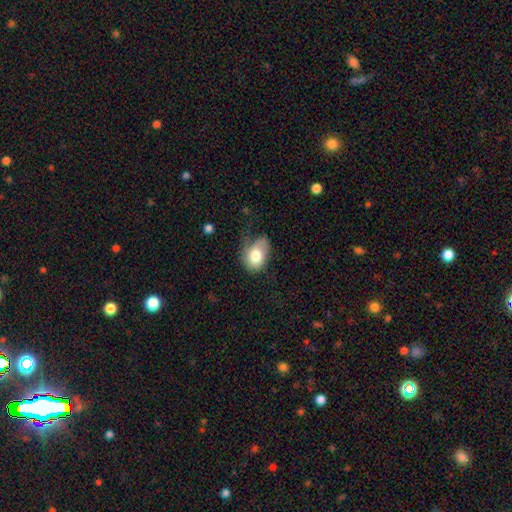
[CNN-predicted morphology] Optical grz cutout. It shows a smooth galaxy with no disk features (73%) that is in between round and cigar-shaped (77%). Merging: minor disturbance (38%).